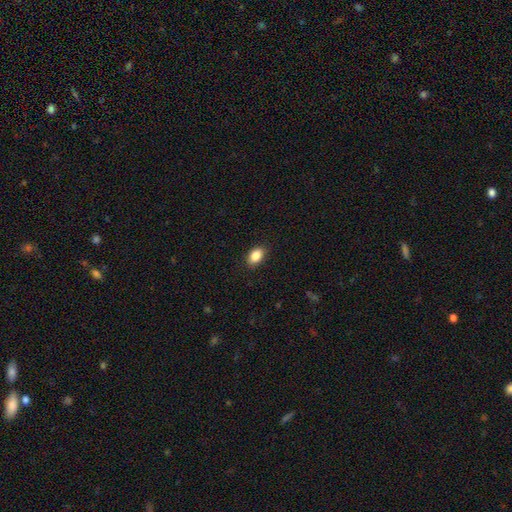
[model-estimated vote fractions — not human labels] A smooth galaxy with no disk features (87%) that is in between round and cigar-shaped (86%).

Vote fractions:
- Smooth or featured? smooth: 87% / star or artifact: 8% / featured or disk: 5%
- How rounded? in between: 86% / round: 12% / cigar-shaped: 2%
- Merging? none: 88% / minor disturbance: 9% / major disturbance: 2% / merger: 1%